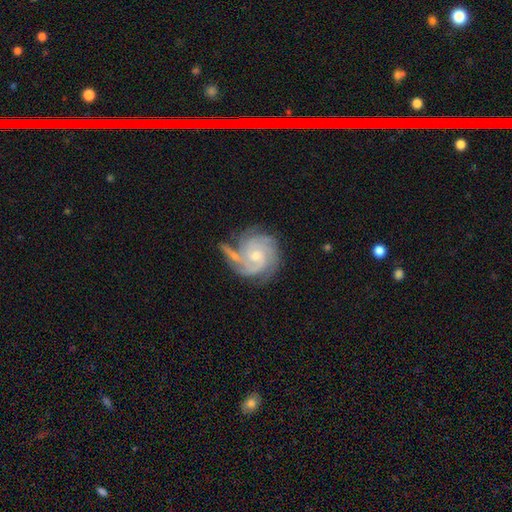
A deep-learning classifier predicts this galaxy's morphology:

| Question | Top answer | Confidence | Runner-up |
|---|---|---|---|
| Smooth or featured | featured or disk | 88% | smooth (6%) |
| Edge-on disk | no | 98% | yes (2%) |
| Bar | no | 69% | weak (25%) |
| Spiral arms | yes | 98% | no (2%) |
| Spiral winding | tight | 71% | medium (25%) |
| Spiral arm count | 3 | 34% | 4 (31%) |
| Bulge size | small | 51% | moderate (45%) |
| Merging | none | 63% | minor disturbance (20%) |